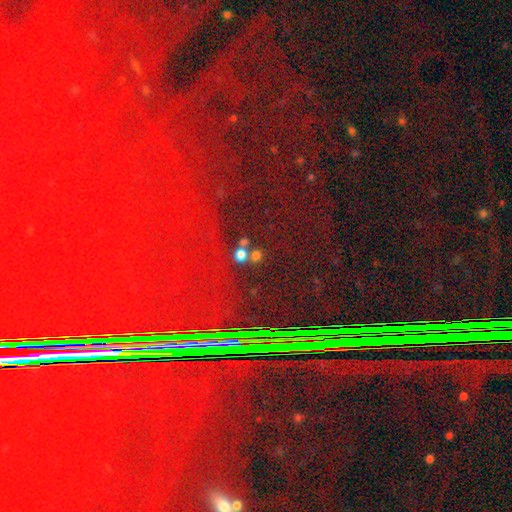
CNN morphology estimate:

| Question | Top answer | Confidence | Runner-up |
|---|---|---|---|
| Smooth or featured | smooth | 48% | star or artifact (43%) |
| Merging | none | 67% | merger (18%) |